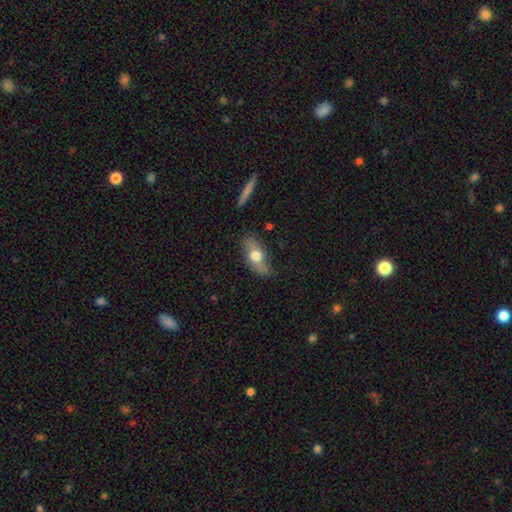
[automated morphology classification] Smooth or featured? Predicted: smooth (p=0.54). How rounded? Predicted: in between (p=0.77). Merging? Predicted: none (p=0.72).